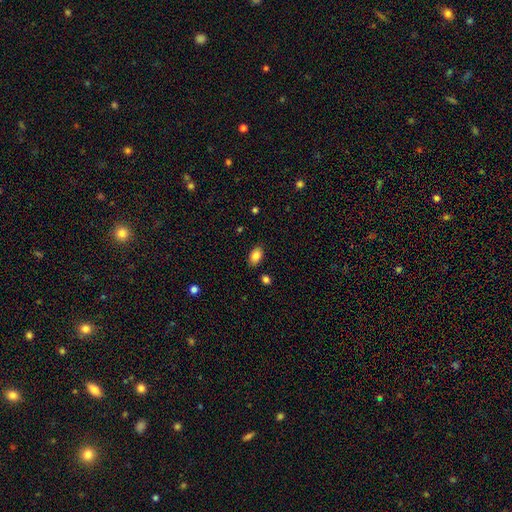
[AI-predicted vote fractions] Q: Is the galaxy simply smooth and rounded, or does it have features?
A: smooth — 85%.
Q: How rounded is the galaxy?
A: in between — 91%.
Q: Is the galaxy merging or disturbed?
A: none — 85%.